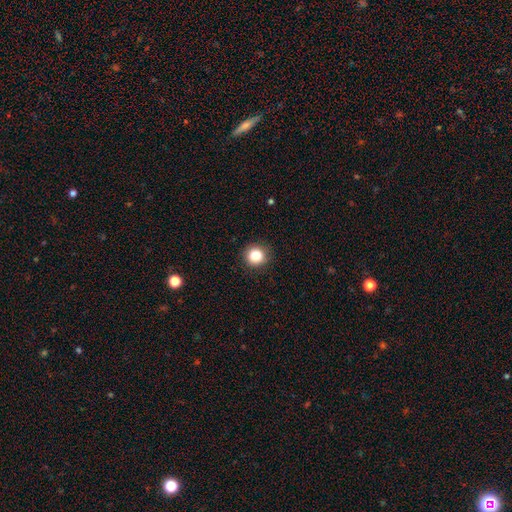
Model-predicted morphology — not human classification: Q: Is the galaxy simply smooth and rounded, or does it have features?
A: smooth — 86%.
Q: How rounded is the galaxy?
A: round — 92%.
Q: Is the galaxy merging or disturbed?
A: none — 90%.